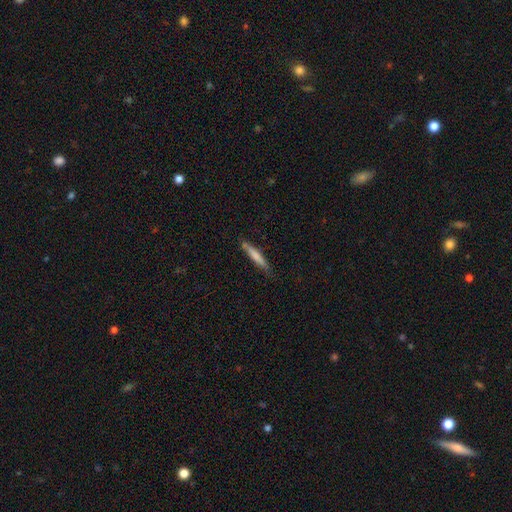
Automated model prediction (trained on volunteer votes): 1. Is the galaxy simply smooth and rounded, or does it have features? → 65% smooth, 29% featured or disk, 6% star or artifact.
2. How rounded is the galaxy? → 93% cigar-shaped, 6% in between, 1% round.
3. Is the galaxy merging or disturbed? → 78% none, 16% minor disturbance, 3% merger, 3% major disturbance.